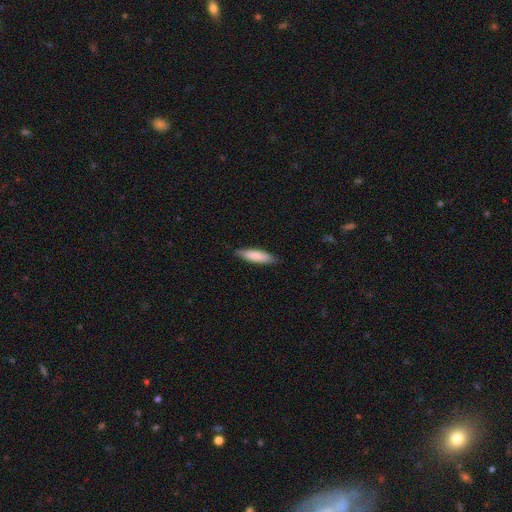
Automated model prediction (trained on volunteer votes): This is clearly a smooth galaxy (84%). How rounded: likely cigar-shaped (63%). Merging: clearly none (84%).